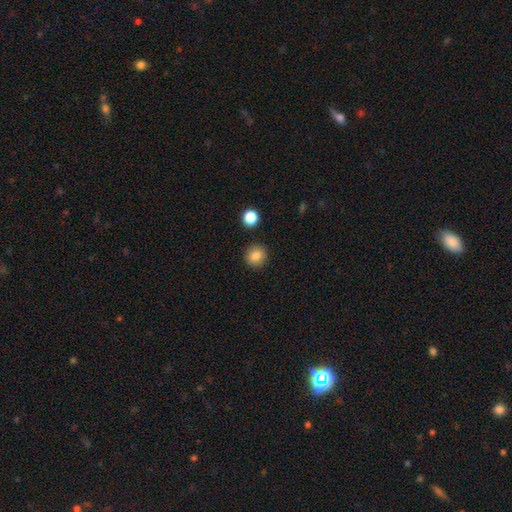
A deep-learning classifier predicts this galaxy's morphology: Smooth or featured?
  - smooth: 85% *
  - star or artifact: 10%
  - featured or disk: 5%
How rounded?
  - round: 92% *
  - in between: 7%
  - cigar-shaped: 1%
Merging?
  - none: 90% *
  - minor disturbance: 6%
  - merger: 2%
  - major disturbance: 2%